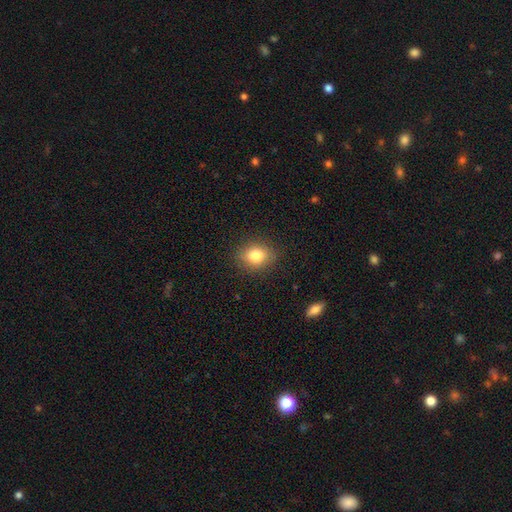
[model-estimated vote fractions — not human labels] Smooth or featured? smooth (81%)
How rounded? in between (51%)
Merging? none (87%)